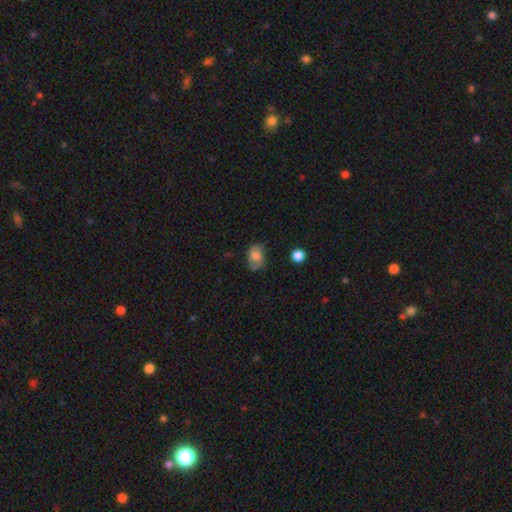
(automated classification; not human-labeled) A smooth galaxy with no disk features (59%) that is in between round and cigar-shaped (73%).

Vote fractions:
- Smooth or featured? smooth: 59% / featured or disk: 31% / star or artifact: 10%
- How rounded? in between: 73% / round: 26% / cigar-shaped: 1%
- Merging? none: 58% / minor disturbance: 28% / major disturbance: 11% / merger: 2%